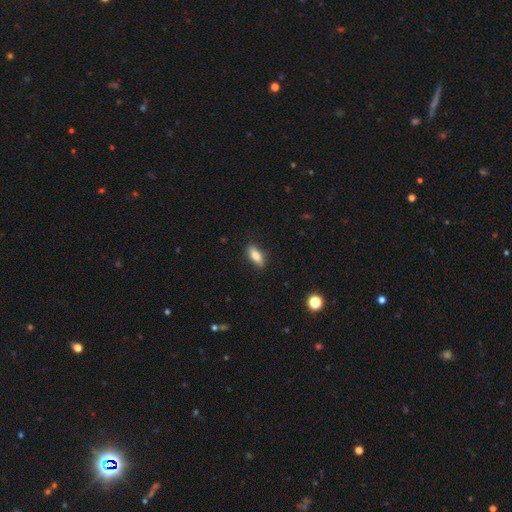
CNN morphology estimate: Overall: smooth (79%). How rounded: in between (75%). Merging: none (84%).